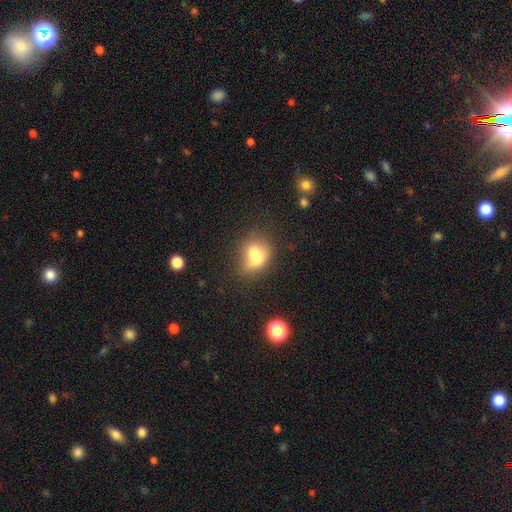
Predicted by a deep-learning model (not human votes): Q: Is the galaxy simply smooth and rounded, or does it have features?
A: smooth — 64%.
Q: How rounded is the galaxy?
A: round — 50%.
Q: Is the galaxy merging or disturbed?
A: merger — 54%.